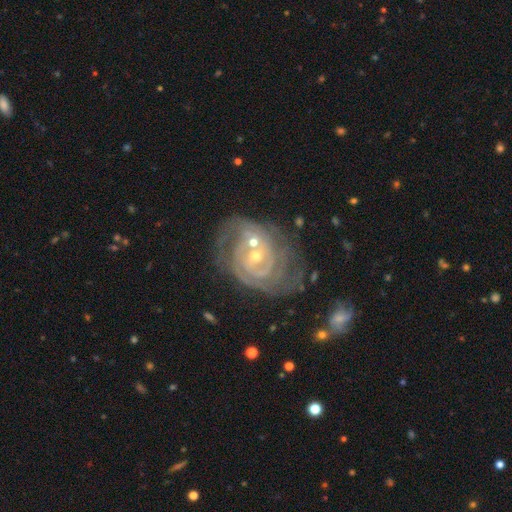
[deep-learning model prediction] This appears to be a featured or disk galaxy (88%) with no bar (64%), 2 (33%) tight (77%) spiral arms (96%) and a small central bulge (62%). Merging: none (50%).